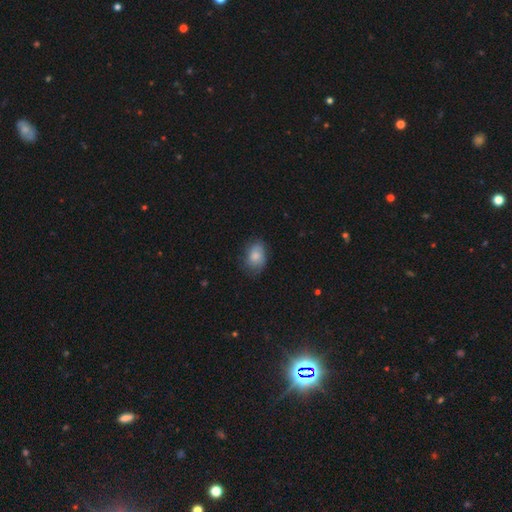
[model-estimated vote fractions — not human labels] Smooth or featured: smooth — 71% (featured or disk — 22%)
How rounded: in between — 76% (round — 23%)
Merging: none — 64% (minor disturbance — 26%)